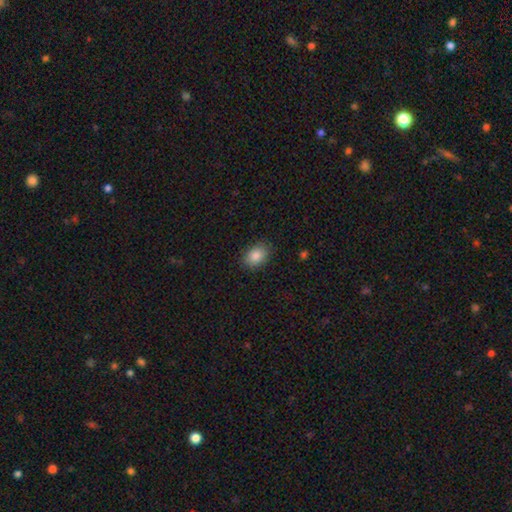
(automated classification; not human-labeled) The model was most divided on "how rounded": in between: 81%, round: 17%, cigar-shaped: 1%. More confident: merging — none (86%); smooth or featured — smooth (85%).